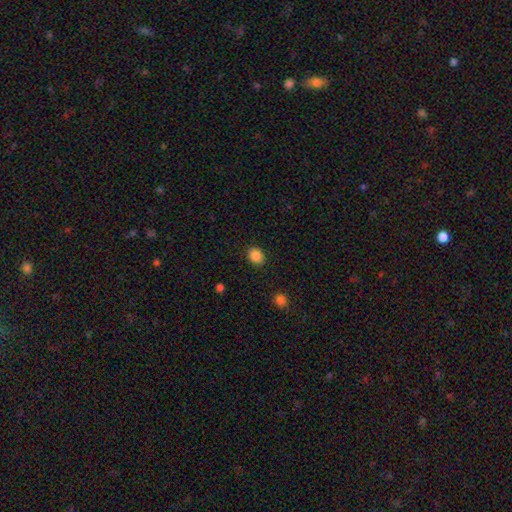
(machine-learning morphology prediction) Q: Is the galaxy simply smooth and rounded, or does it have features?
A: smooth — 87%.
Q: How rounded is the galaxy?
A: round — 51%.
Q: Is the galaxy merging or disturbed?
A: none — 87%.